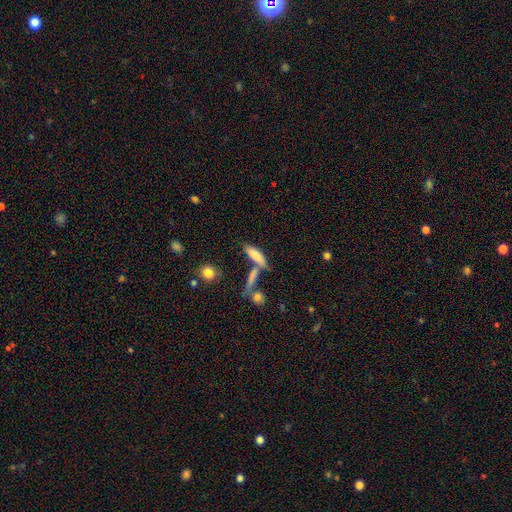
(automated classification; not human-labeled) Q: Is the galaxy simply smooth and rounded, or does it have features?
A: smooth — 78%.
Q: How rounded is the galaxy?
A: cigar-shaped — 52%.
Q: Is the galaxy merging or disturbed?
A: none — 50%.